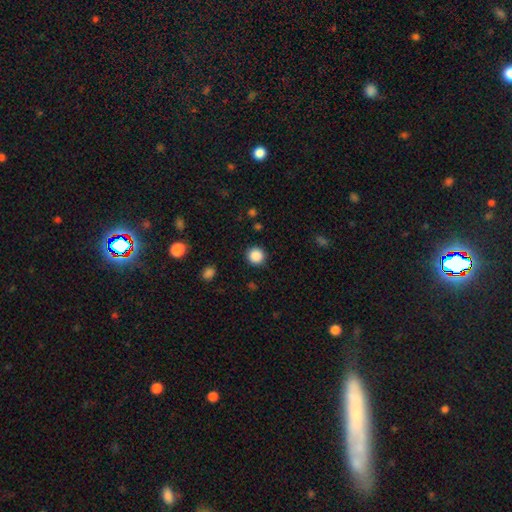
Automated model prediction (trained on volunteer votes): The model was most divided on "smooth or featured": smooth: 87%, star or artifact: 10%, featured or disk: 3%. More confident: how rounded — round (95%); merging — none (91%).